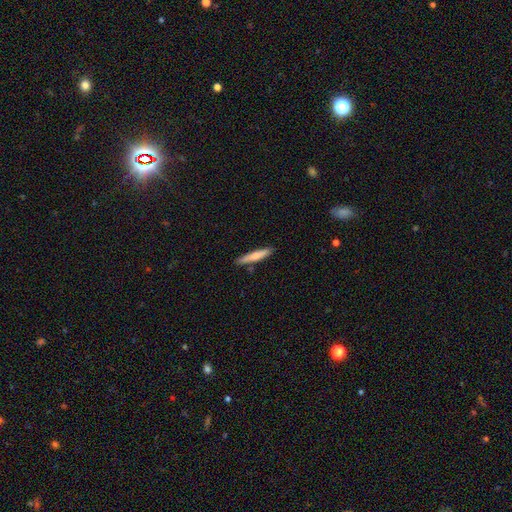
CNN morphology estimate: A smooth galaxy with no disk features (72%) that is cigar-shaped (92%). Merging: none (83%).